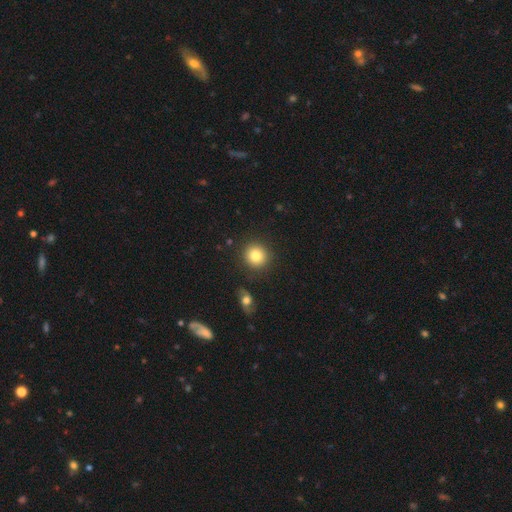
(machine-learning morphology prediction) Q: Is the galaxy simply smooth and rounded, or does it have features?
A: smooth — 82%.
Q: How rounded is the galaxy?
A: round — 91%.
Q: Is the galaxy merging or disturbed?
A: none — 88%.